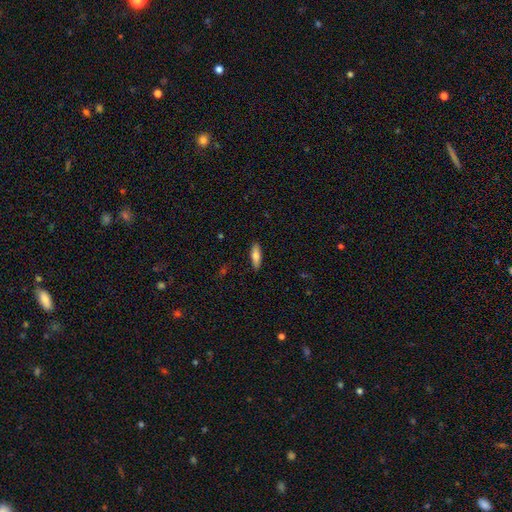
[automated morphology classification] This is likely a smooth galaxy (75%). How rounded: possibly cigar-shaped (51%). Merging: clearly none (89%).